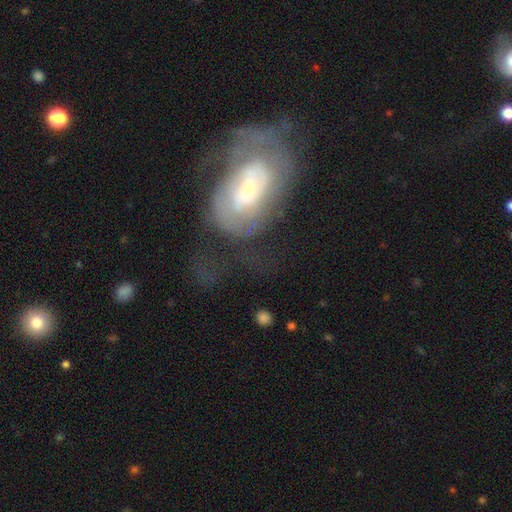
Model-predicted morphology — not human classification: Smooth or featured: featured or disk — 70% (smooth — 21%)
Edge-on disk: no — 95% (yes — 5%)
Bar: no — 50% (weak — 38%)
Spiral arms: yes — 71% (no — 29%)
Bulge size: moderate — 46% (small — 43%)
Merging: none — 43% (major disturbance — 32%)